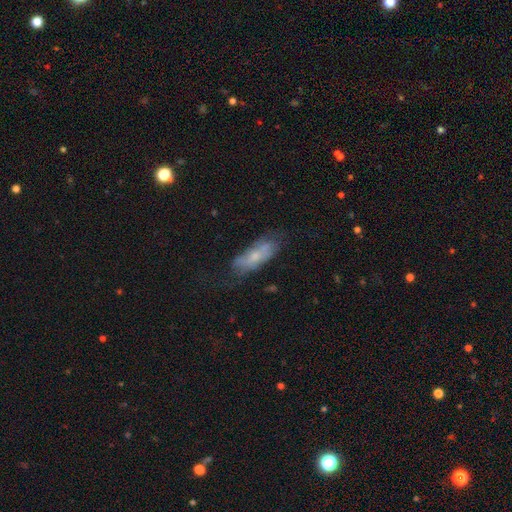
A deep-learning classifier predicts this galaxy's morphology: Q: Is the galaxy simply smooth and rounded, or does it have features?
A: smooth — 50%.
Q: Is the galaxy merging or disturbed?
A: none — 52%.